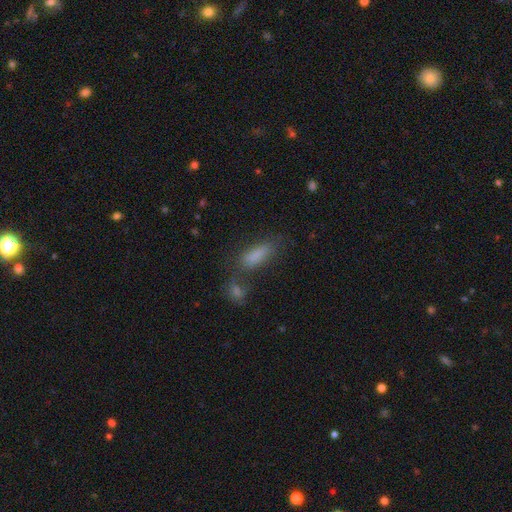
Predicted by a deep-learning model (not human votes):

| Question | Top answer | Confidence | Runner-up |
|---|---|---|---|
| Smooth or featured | smooth | 80% | star or artifact (11%) |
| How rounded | in between | 60% | cigar-shaped (37%) |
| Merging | none | 54% | merger (22%) |